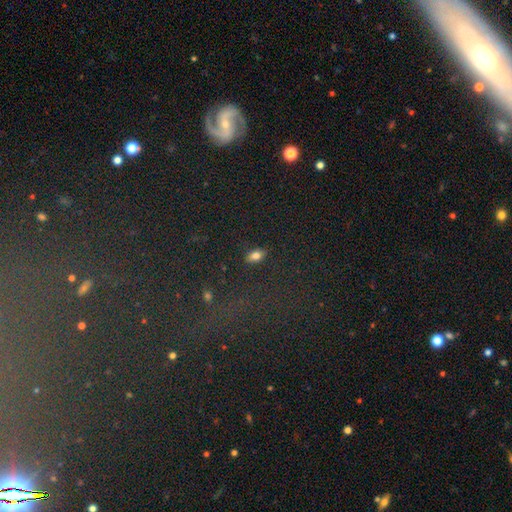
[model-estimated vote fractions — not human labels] This appears to be a smooth galaxy with no disk features (79%) that is in between round and cigar-shaped (88%). Merging: none (87%).